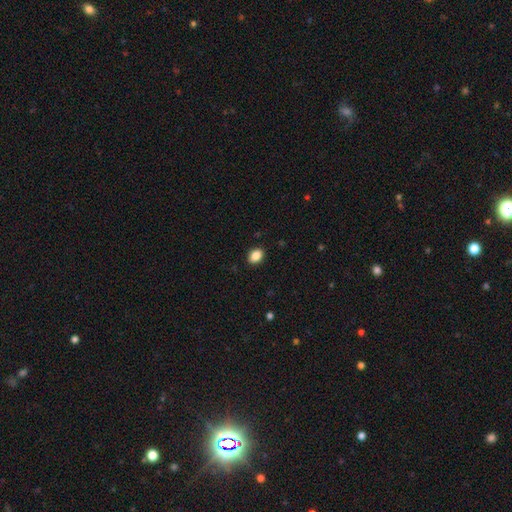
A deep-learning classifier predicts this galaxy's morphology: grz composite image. It shows a smooth galaxy with no disk features (87%) that is in between round and cigar-shaped (72%). Merging: none (90%).